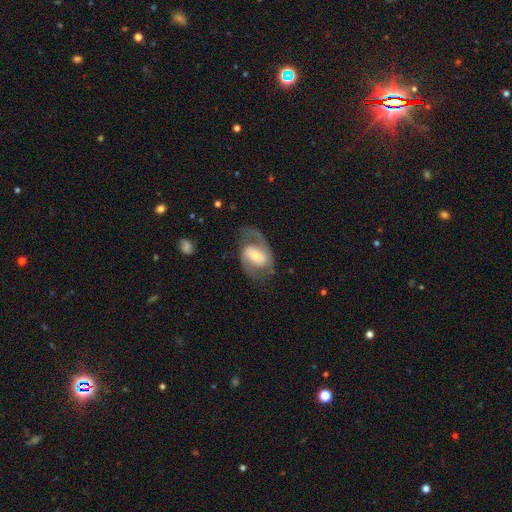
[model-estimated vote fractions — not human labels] The model was most divided on "bulge size": small: 45%, moderate: 44%, large: 8%, none: 2%, dominant: 2%. Remaining: edge-on disk — no (96%); spiral arms — yes (88%); spiral arm count — 2 (85%); smooth or featured — featured or disk (79%); merging — none (65%); spiral winding — medium (53%); bar — weak (41%).